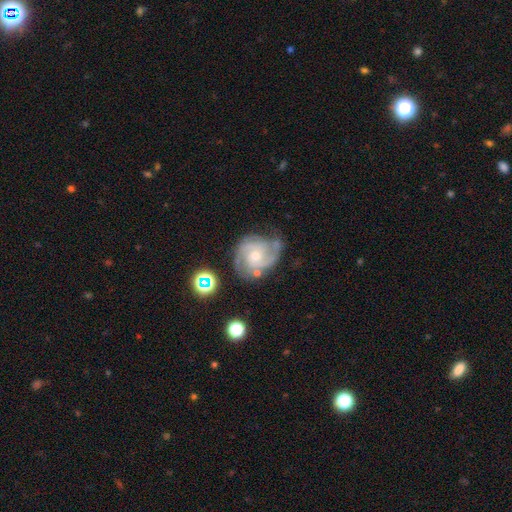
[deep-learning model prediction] A featured or disk galaxy (85%) with no bar (67%), 2 (58%) medium (46%) spiral arms (96%) and a small central bulge (50%). Merging: none (60%).